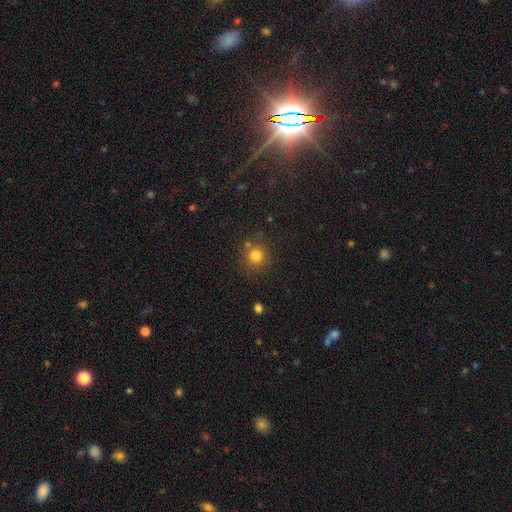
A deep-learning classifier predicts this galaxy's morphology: smooth 81%, star or artifact 13%, featured or disk 6%. Down the decision tree: how rounded — round (93%); merging — none (79%).